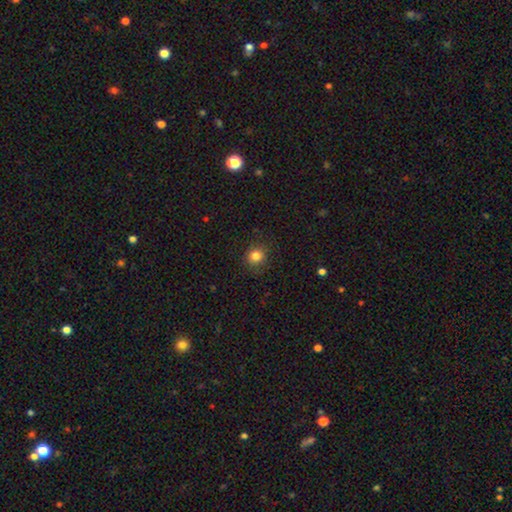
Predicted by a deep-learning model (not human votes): smooth-or-featured: smooth: 82% | star or artifact: 12% | featured or disk: 5%
  how-rounded: round: 84% | in between: 15% | cigar-shaped: 1%
  merging: none: 88% | minor disturbance: 9% | major disturbance: 3% | merger: 1%